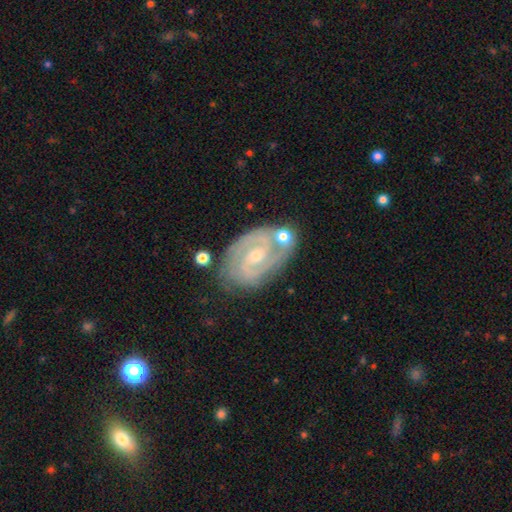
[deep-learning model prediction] featured or disk 89%, smooth 6%, star or artifact 5%. Down the decision tree: edge-on disk — no (97%); bar — weak (48%); spiral arms — yes (98%); spiral arm count — 2 (76%); spiral winding — tight (59%); bulge size — small (58%); merging — none (70%).